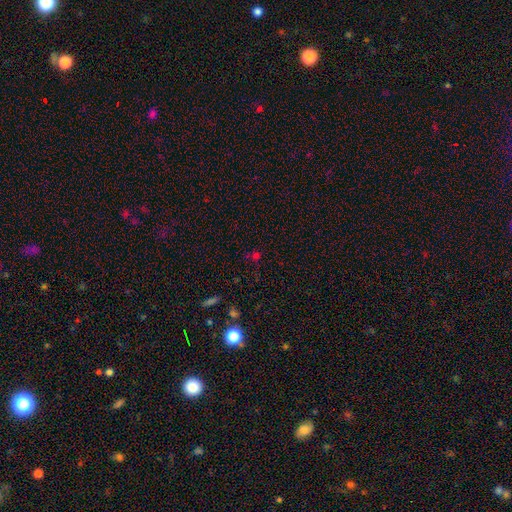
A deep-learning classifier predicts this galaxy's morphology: smooth-or-featured: star or artifact: 50% | smooth: 42% | featured or disk: 8%